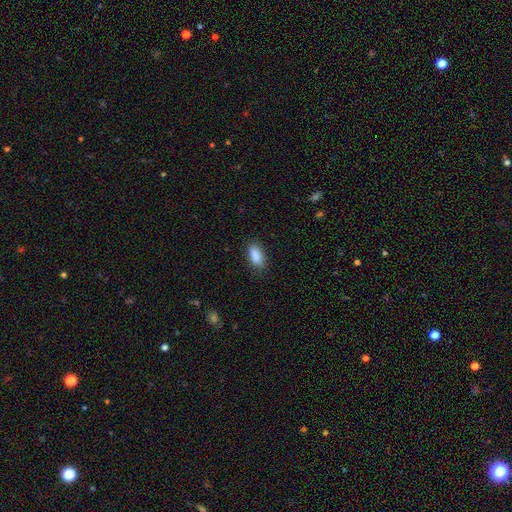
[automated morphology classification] Smooth or featured?
  - smooth: 89% *
  - star or artifact: 7%
  - featured or disk: 4%
How rounded?
  - in between: 89% *
  - cigar-shaped: 8%
  - round: 3%
Merging?
  - none: 84% *
  - minor disturbance: 12%
  - major disturbance: 3%
  - merger: 1%